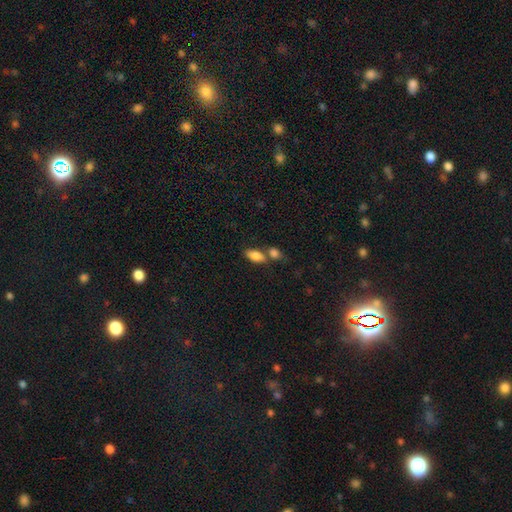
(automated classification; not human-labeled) This is clearly a smooth galaxy (84%). How rounded: clearly in between (88%). Merging: possibly none (47%).